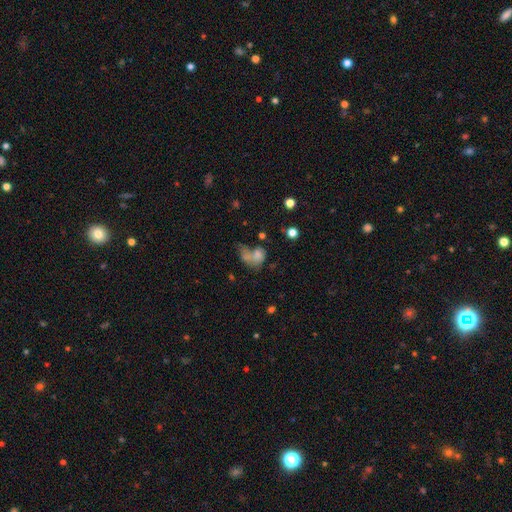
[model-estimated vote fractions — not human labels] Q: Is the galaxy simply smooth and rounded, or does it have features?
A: smooth — 67%.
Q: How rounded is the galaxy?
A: in between — 58%.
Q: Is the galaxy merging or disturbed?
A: merger — 45%.